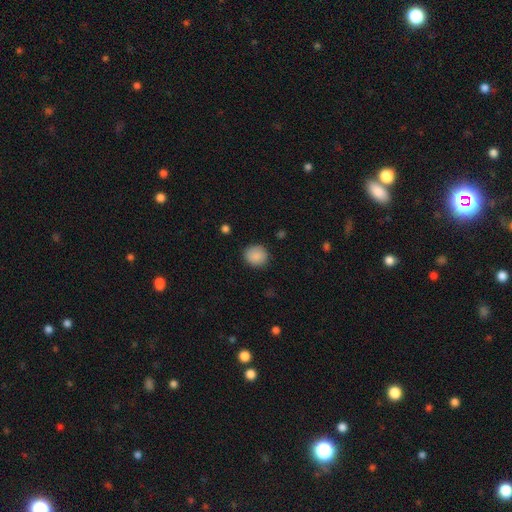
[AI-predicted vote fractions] The model was most divided on "how rounded": round: 82%, in between: 17%, cigar-shaped: 1%. More confident: smooth or featured — smooth (88%); merging — none (87%).